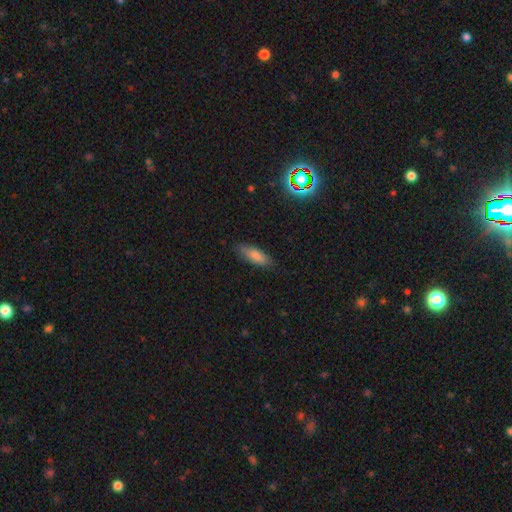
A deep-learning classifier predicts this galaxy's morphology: Smooth or featured: smooth — 81% (featured or disk — 12%)
How rounded: in between — 62% (cigar-shaped — 36%)
Merging: none — 83% (minor disturbance — 13%)